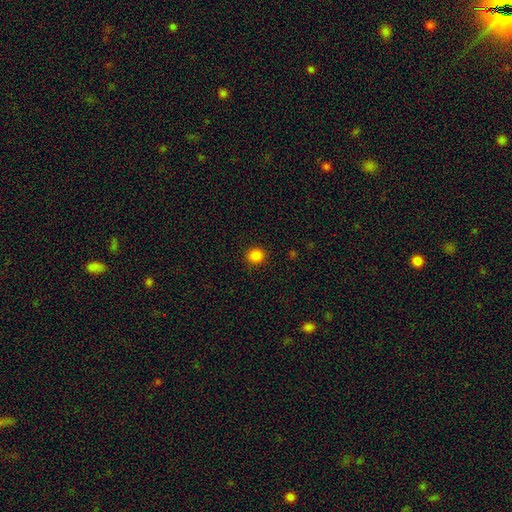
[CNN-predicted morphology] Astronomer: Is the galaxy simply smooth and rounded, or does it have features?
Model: smooth — 85%.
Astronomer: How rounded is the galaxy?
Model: round — 86%.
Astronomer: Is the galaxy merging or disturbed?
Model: none — 91%.